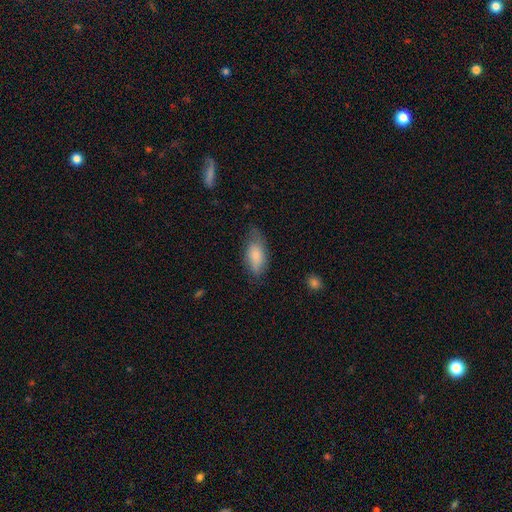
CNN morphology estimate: Smooth or featured?
  - smooth: 78% *
  - featured or disk: 16%
  - star or artifact: 6%
How rounded?
  - in between: 87% *
  - cigar-shaped: 10%
  - round: 3%
Merging?
  - none: 58% *
  - minor disturbance: 31%
  - major disturbance: 9%
  - merger: 2%